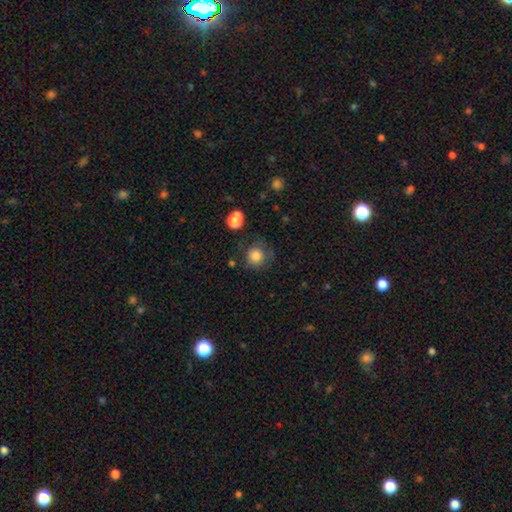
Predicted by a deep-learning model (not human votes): Smooth or featured: smooth — 82% (star or artifact — 11%)
How rounded: round — 90% (in between — 9%)
Merging: none — 71% (minor disturbance — 17%)